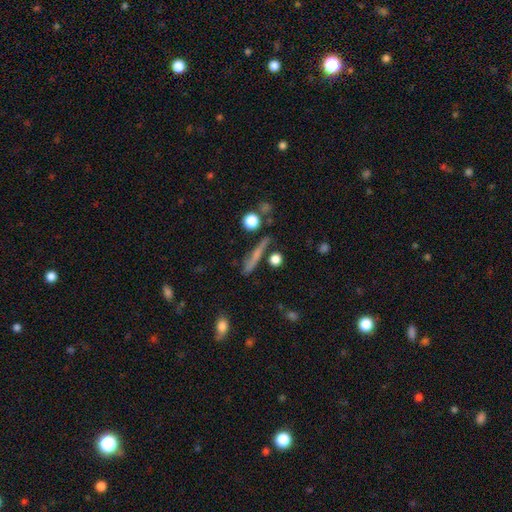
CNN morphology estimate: A smooth galaxy with no disk features (49%). Merging: none (72%).